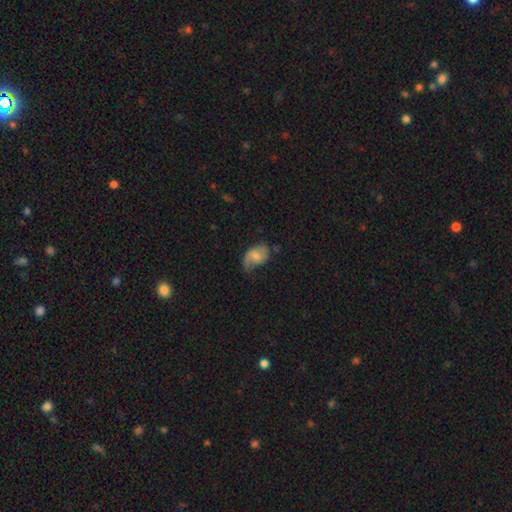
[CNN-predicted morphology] type=featured or disk (54%); edge-on=no (96%); bar=no (48%); spiral arms=yes (85%); bulge=moderate (46%); merging=none (47%).